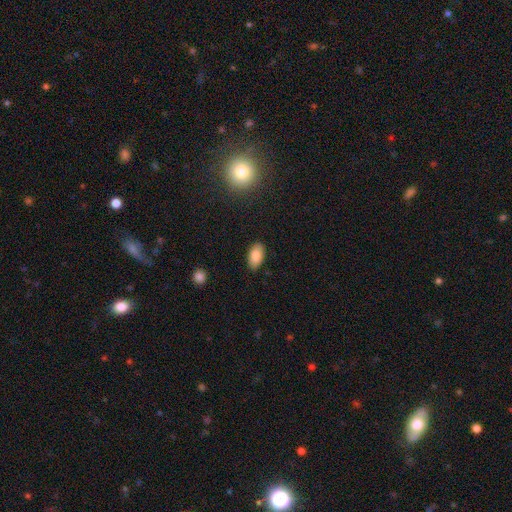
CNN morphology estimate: A smooth galaxy with no disk features (86%) that is in between round and cigar-shaped (94%). Merging: none (87%).